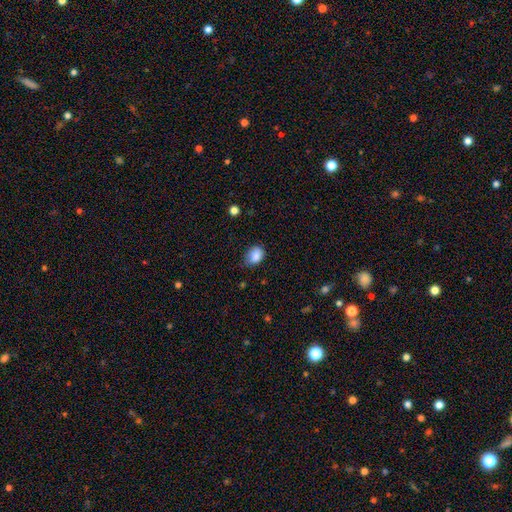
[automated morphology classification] Q: Smooth or featured?
A: smooth (86%); runner-up: star or artifact (8%)
Q: How rounded?
A: in between (72%); runner-up: round (27%)
Q: Merging?
A: none (61%); runner-up: minor disturbance (32%)